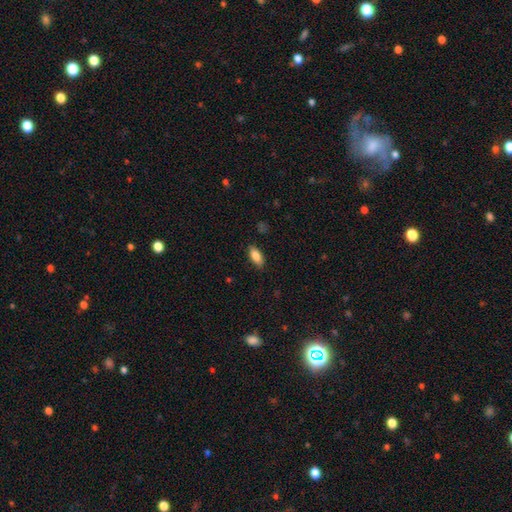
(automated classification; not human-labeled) Overall: smooth (84%). How rounded: in between (84%). Merging: none (84%).